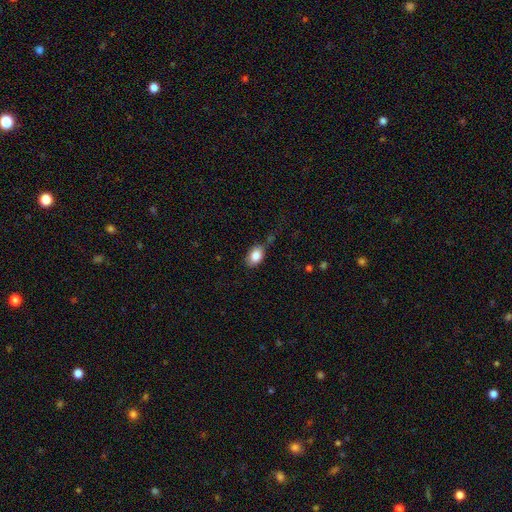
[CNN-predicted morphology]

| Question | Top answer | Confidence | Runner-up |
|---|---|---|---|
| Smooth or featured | smooth | 85% | star or artifact (8%) |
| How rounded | in between | 82% | round (17%) |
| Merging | none | 67% | minor disturbance (22%) |